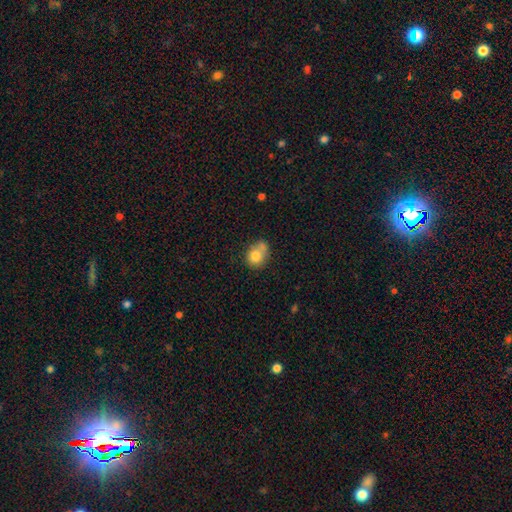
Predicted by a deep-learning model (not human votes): Morphology: type=smooth (78%); roundness=round (61%); merging=none (41%).